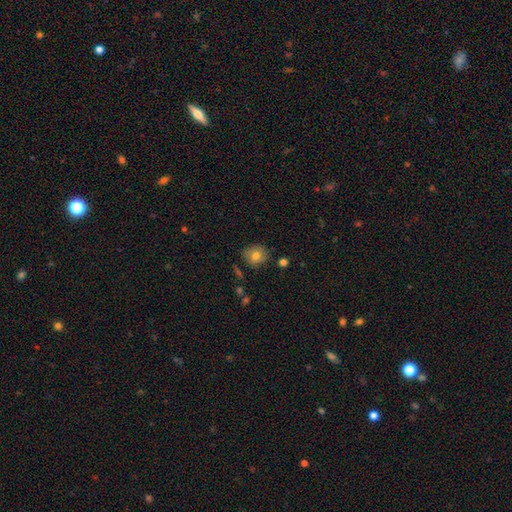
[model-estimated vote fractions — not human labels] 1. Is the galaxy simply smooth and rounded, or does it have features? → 77% smooth, 13% featured or disk, 10% star or artifact.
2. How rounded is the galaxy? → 73% round, 26% in between, 1% cigar-shaped.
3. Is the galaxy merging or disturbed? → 79% none, 15% minor disturbance, 3% merger, 3% major disturbance.